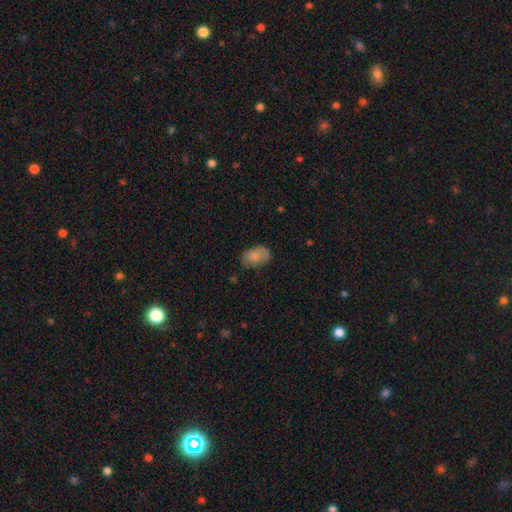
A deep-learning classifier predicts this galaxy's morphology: This appears to be a smooth galaxy with no disk features (78%) that is in between round and cigar-shaped (84%). Merging: none (60%).